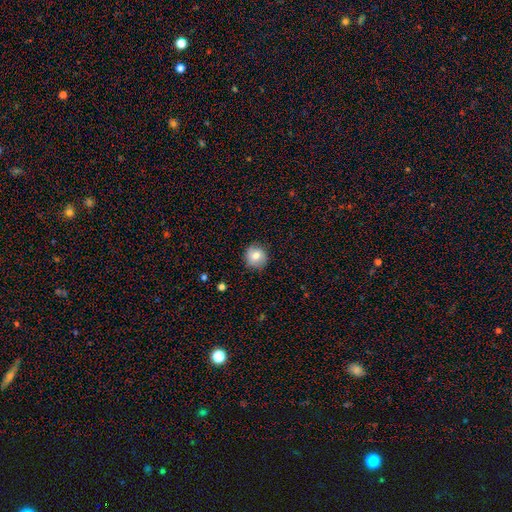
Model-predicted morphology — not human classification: Smooth or featured? smooth (74%)
How rounded? round (89%)
Merging? none (85%)